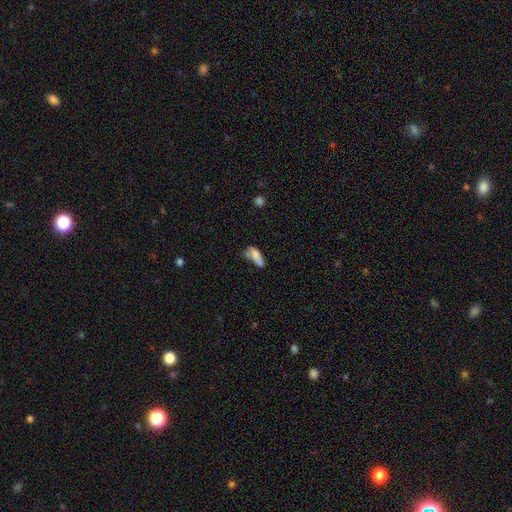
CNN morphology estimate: The model was most divided on "merging": minor disturbance: 31%, none: 30%, major disturbance: 22%, merger: 17%. More confident: smooth or featured — smooth (74%); how rounded — in between (73%).